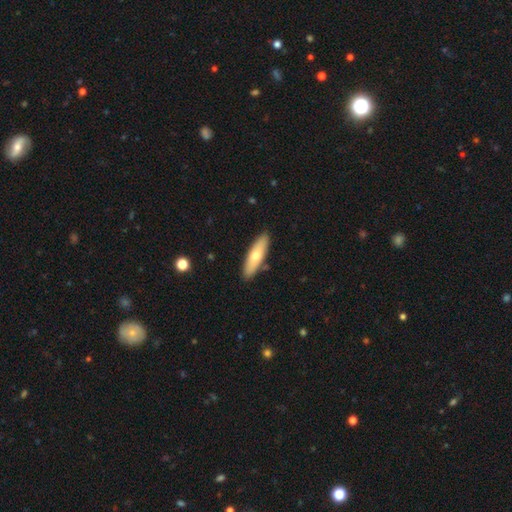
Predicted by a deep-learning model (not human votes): Smooth or featured?
  - smooth: 66% *
  - featured or disk: 29%
  - star or artifact: 5%
How rounded?
  - cigar-shaped: 58% *
  - in between: 40%
  - round: 2%
Merging?
  - none: 87% *
  - minor disturbance: 9%
  - merger: 2%
  - major disturbance: 2%